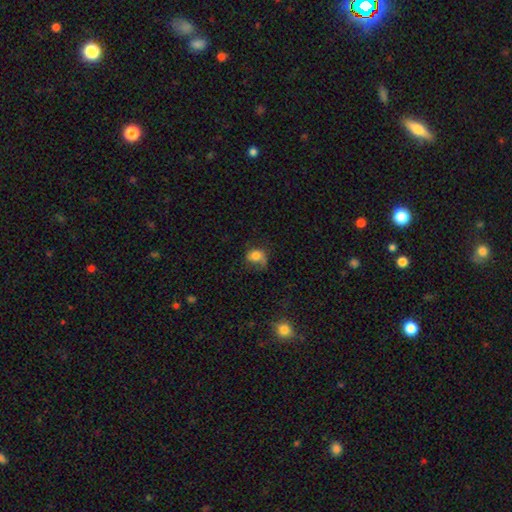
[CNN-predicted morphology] type=smooth (74%); roundness=in between (51%); merging=none (43%).